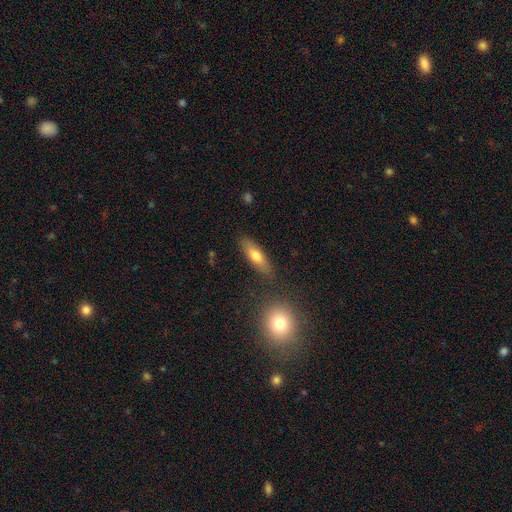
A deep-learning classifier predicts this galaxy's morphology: This appears to be a smooth galaxy with no disk features (68%) that is in between round and cigar-shaped (50%). Merging: none (82%).